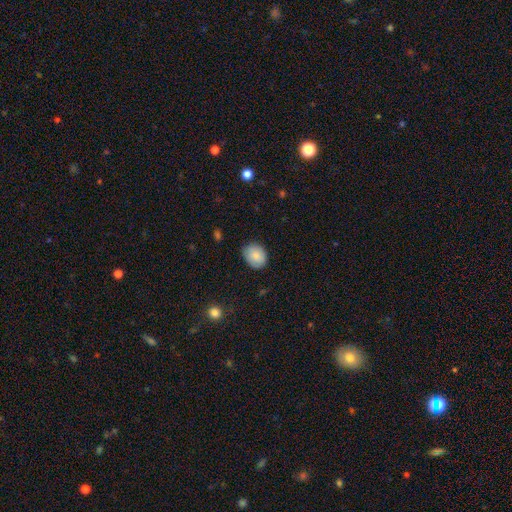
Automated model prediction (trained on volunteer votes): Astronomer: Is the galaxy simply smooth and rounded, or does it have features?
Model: smooth — 85%.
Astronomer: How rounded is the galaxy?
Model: in between — 58% (runner-up: round, 42%).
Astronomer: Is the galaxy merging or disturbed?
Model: none — 77%.